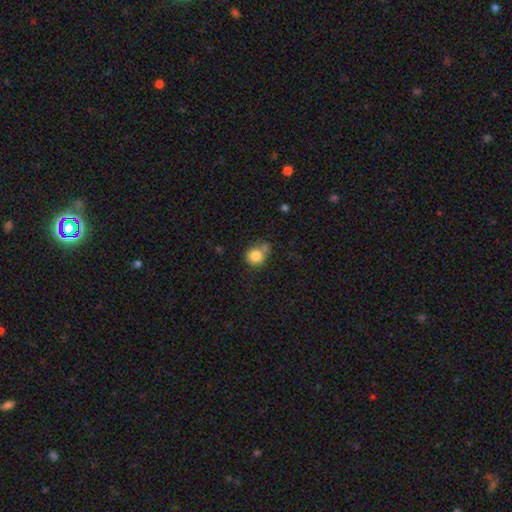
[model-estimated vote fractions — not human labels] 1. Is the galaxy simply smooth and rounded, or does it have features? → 83% smooth, 10% star or artifact, 7% featured or disk.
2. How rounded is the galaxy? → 83% round, 16% in between, 1% cigar-shaped.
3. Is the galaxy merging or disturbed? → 51% none, 23% merger, 19% minor disturbance, 7% major disturbance.